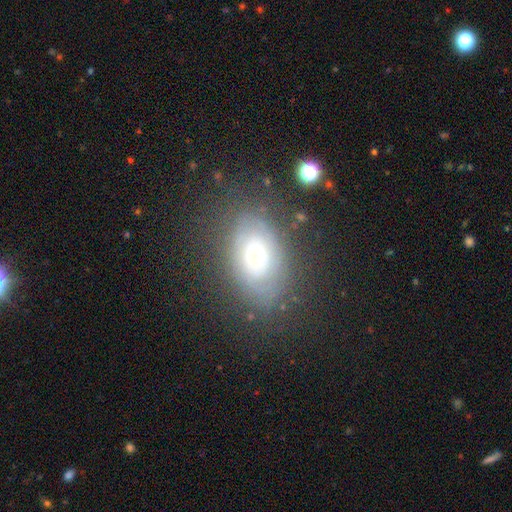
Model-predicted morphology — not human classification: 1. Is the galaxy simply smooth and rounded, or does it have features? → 59% featured or disk, 31% smooth, 10% star or artifact.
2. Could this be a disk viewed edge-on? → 93% no, 7% yes.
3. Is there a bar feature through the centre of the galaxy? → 87% no, 10% weak, 3% strong.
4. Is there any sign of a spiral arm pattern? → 57% yes, 43% no.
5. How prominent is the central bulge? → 57% moderate, 35% small, 6% large, 1% dominant, 1% none.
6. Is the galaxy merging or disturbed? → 72% none, 17% minor disturbance, 9% major disturbance, 2% merger.